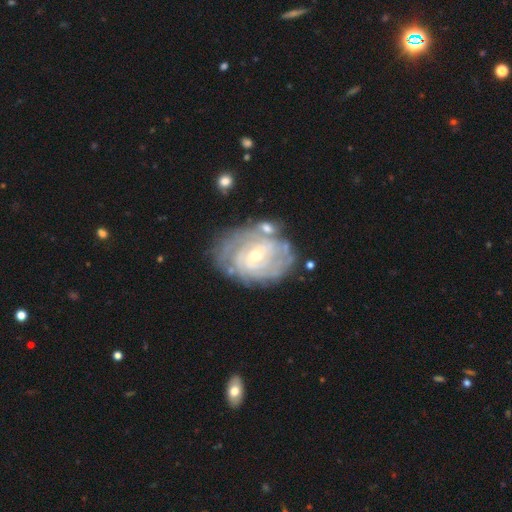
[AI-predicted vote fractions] Q: Smooth or featured?
A: featured or disk (86%); runner-up: smooth (9%)
Q: Edge-on disk?
A: no (97%); runner-up: yes (3%)
Q: Bar?
A: no (44%); runner-up: weak (43%)
Q: Spiral arms?
A: yes (93%); runner-up: no (7%)
Q: Spiral winding?
A: tight (76%); runner-up: medium (19%)
Q: Spiral arm count?
A: can't tell (43%); runner-up: 2 (17%)
Q: Bulge size?
A: small (64%); runner-up: moderate (33%)
Q: Merging?
A: none (68%); runner-up: minor disturbance (18%)